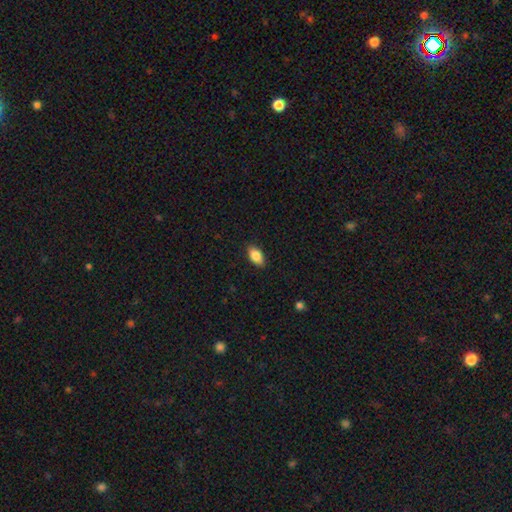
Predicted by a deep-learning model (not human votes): Morphology: type=smooth (86%); roundness=in between (91%); merging=none (87%).